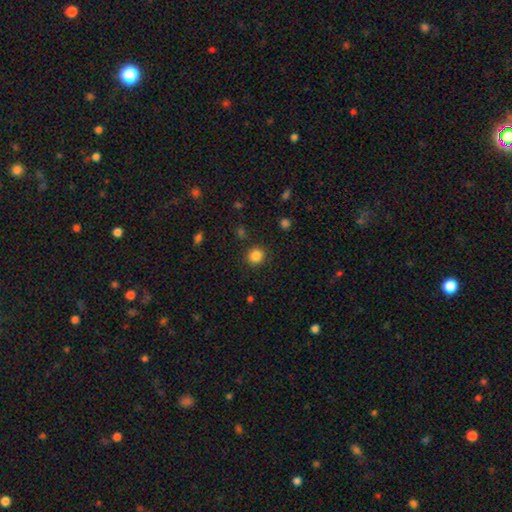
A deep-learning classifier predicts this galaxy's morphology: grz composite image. It shows a smooth galaxy with no disk features (85%) that is round (89%). Merging: none (88%).